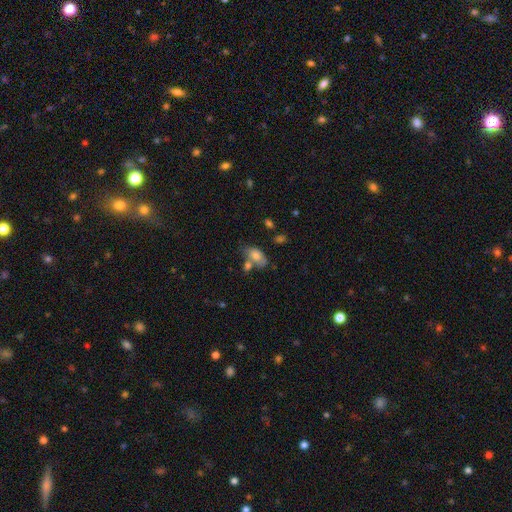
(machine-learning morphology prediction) A smooth galaxy with no disk features (74%) that is in between round and cigar-shaped (91%). Merging: none (43%).